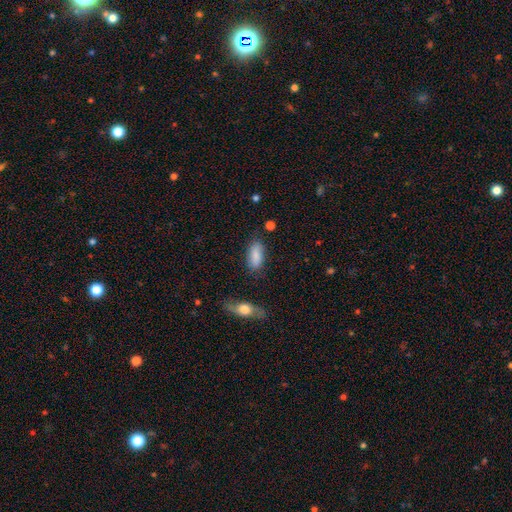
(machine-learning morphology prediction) smooth 84%, featured or disk 9%, star or artifact 7%. Down the decision tree: how rounded — in between (85%); merging — none (75%).